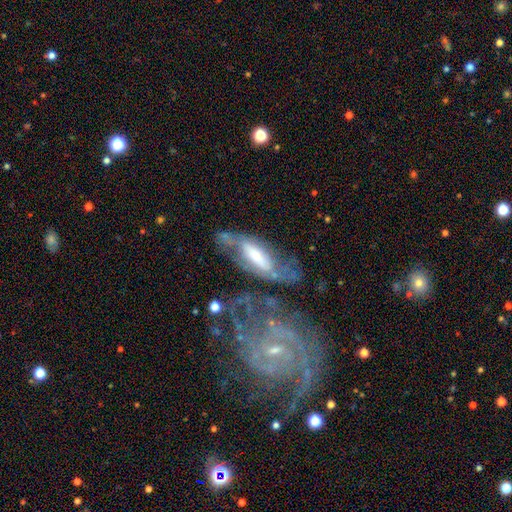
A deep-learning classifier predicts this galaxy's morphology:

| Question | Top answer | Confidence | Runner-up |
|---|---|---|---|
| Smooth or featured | featured or disk | 66% | smooth (27%) |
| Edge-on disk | no | 79% | yes (21%) |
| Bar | strong | 40% | weak (31%) |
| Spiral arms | yes | 71% | no (29%) |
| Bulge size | moderate | 43% | small (28%) |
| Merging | none | 40% | major disturbance (27%) |